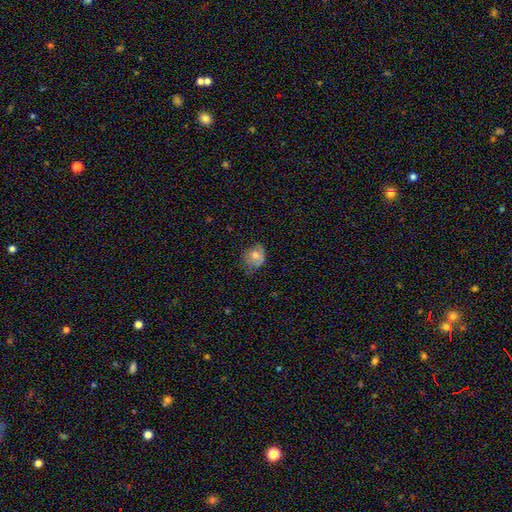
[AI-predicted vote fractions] smooth_or_featured: smooth (p=0.64) [alt: featured or disk p=0.25]
how_rounded: round (p=0.55) [alt: in between p=0.44]
merging: none (p=0.54) [alt: minor disturbance p=0.31]